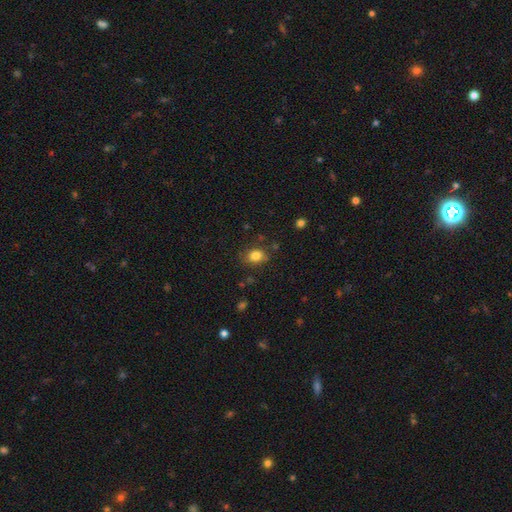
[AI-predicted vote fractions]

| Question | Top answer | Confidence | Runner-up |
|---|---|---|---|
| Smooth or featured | smooth | 82% | star or artifact (11%) |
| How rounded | in between | 53% | round (46%) |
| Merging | none | 77% | minor disturbance (15%) |